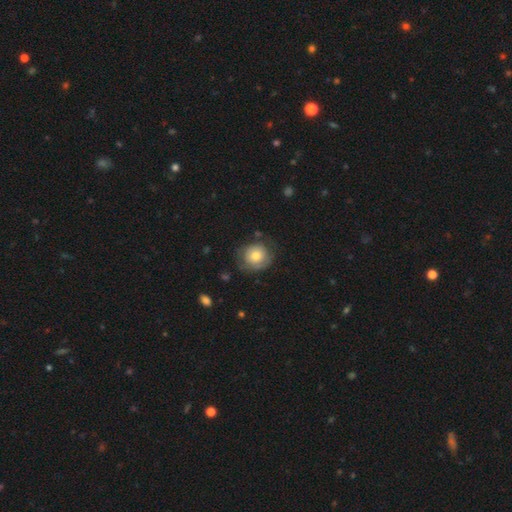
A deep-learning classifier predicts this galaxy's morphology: The model was most divided on "smooth or featured": smooth: 64%, featured or disk: 29%, star or artifact: 7%. More confident: how rounded — round (84%); merging — none (65%).